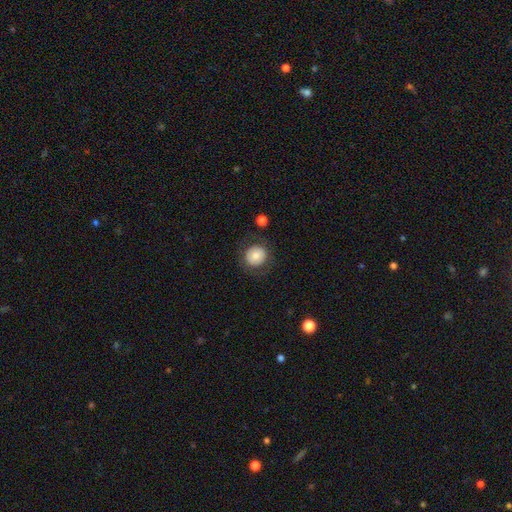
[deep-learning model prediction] Q: Smooth or featured?
A: smooth (78%); runner-up: featured or disk (13%)
Q: How rounded?
A: round (89%); runner-up: in between (10%)
Q: Merging?
A: none (83%); runner-up: minor disturbance (10%)